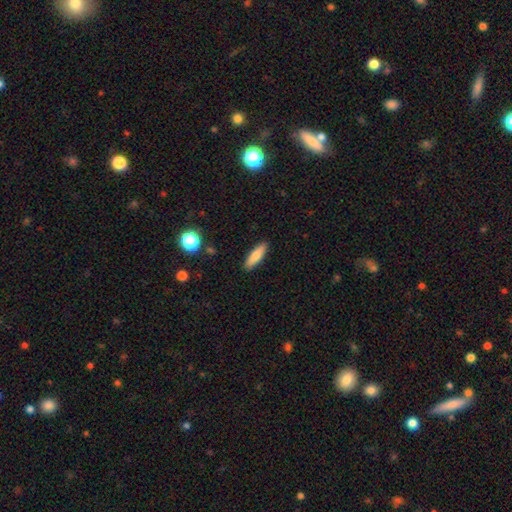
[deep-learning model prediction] A smooth galaxy with no disk features (76%) that is cigar-shaped (61%).

Vote fractions:
- Smooth or featured? smooth: 76% / featured or disk: 17% / star or artifact: 7%
- How rounded? cigar-shaped: 61% / in between: 37% / round: 2%
- Merging? none: 89% / minor disturbance: 8% / major disturbance: 2% / merger: 1%